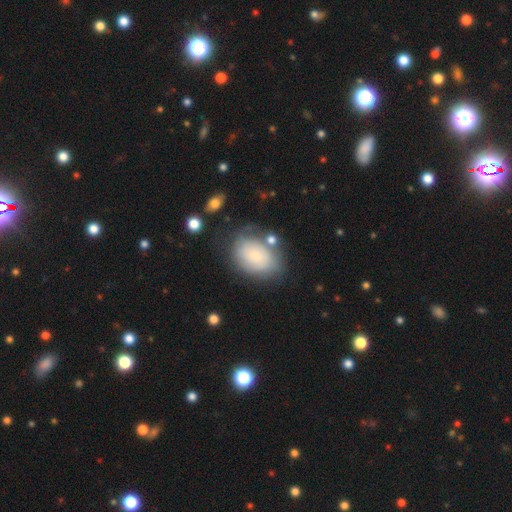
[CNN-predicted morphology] A smooth galaxy with no disk features (66%) that is in between round and cigar-shaped (77%). Merging: none (58%).